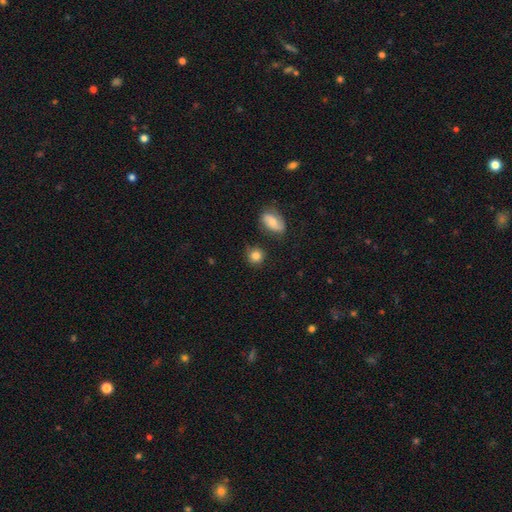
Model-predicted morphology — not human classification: smooth_or_featured: smooth (p=0.83) [alt: star or artifact p=0.09]
how_rounded: round (p=0.87) [alt: in between p=0.12]
merging: none (p=0.80) [alt: minor disturbance p=0.11]